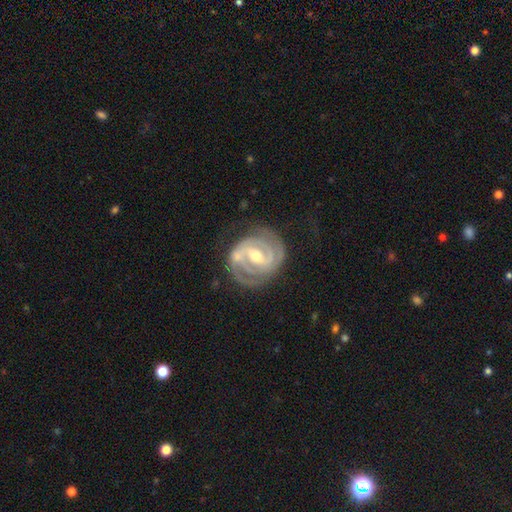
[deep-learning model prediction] The model was most divided on "bar": weak: 46%, strong: 37%, no: 18%. More confident: edge-on disk — no (97%); spiral arms — yes (96%); smooth or featured — featured or disk (90%); merging — none (72%); spiral arm count — 2 (70%); spiral winding — tight (68%); bulge size — moderate (66%).